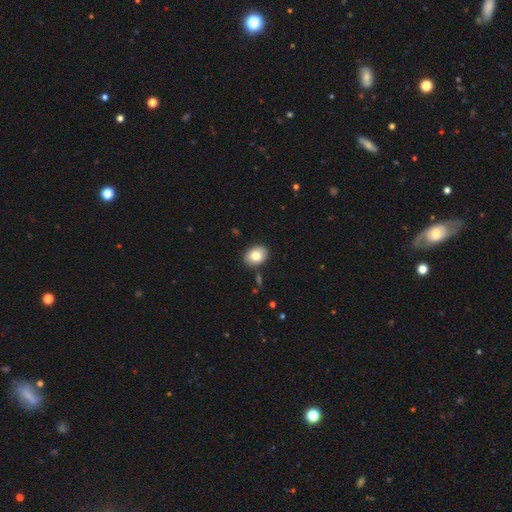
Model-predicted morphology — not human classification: smooth-or-featured: smooth: 79% | featured or disk: 13% | star or artifact: 8%
  how-rounded: in between: 70% | round: 29% | cigar-shaped: 1%
  merging: none: 84% | minor disturbance: 10% | merger: 3% | major disturbance: 2%